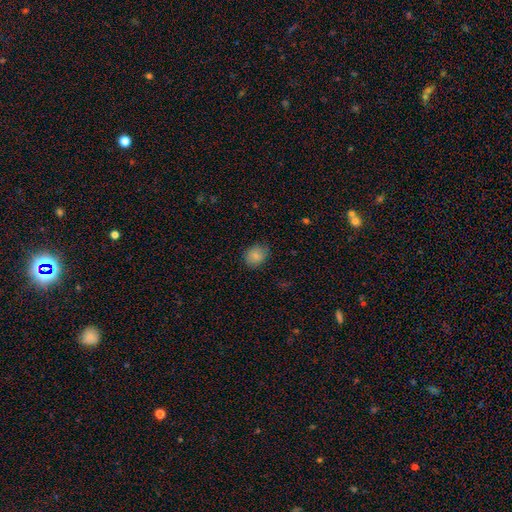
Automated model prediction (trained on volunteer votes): Smooth or featured?
  - smooth: 84% *
  - star or artifact: 10%
  - featured or disk: 7%
How rounded?
  - round: 68% *
  - in between: 31%
  - cigar-shaped: 1%
Merging?
  - none: 82% *
  - minor disturbance: 14%
  - major disturbance: 3%
  - merger: 1%